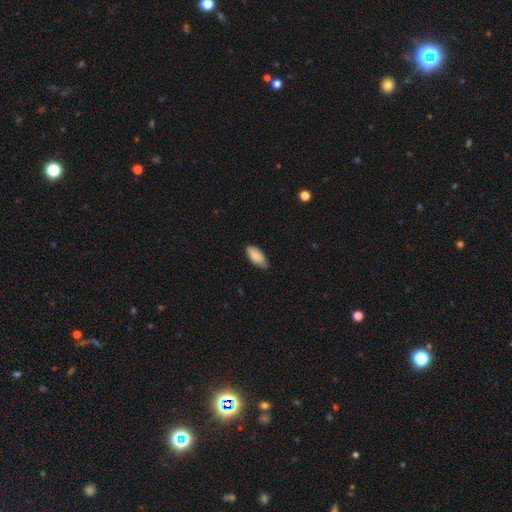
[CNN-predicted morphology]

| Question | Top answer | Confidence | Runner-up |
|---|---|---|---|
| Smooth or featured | smooth | 87% | featured or disk (7%) |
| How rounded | in between | 90% | cigar-shaped (8%) |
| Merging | none | 74% | minor disturbance (23%) |